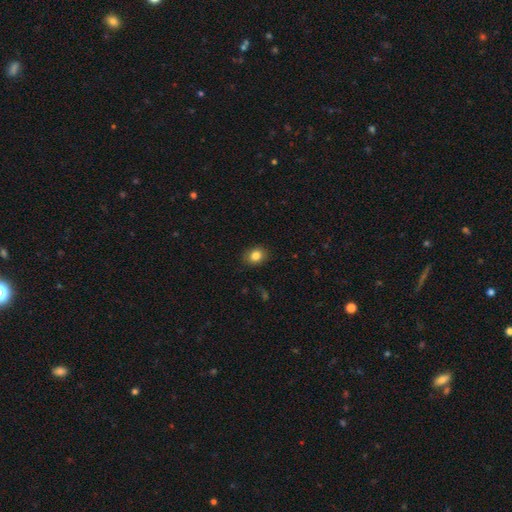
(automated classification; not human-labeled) Q: Smooth or featured?
A: smooth (84%); runner-up: star or artifact (10%)
Q: How rounded?
A: round (50%); runner-up: in between (49%)
Q: Merging?
A: none (88%); runner-up: minor disturbance (9%)